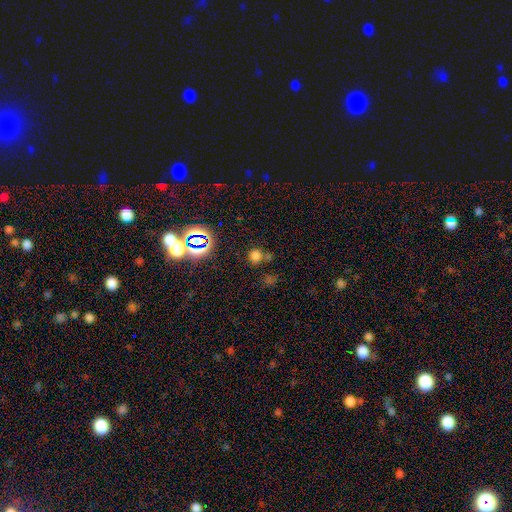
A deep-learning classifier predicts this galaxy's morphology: smooth 65%, star or artifact 29%, featured or disk 7%. Down the decision tree: how rounded — round (86%); merging — none (66%).